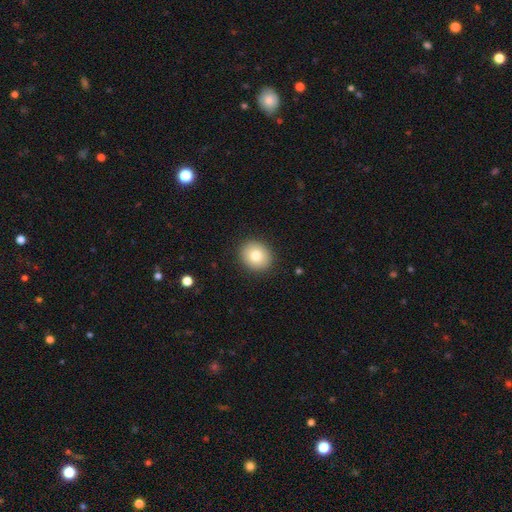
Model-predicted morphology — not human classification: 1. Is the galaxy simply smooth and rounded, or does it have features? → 79% smooth, 11% featured or disk, 10% star or artifact.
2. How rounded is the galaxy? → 74% round, 26% in between, 1% cigar-shaped.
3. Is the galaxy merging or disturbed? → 90% none, 7% minor disturbance, 2% major disturbance, 1% merger.